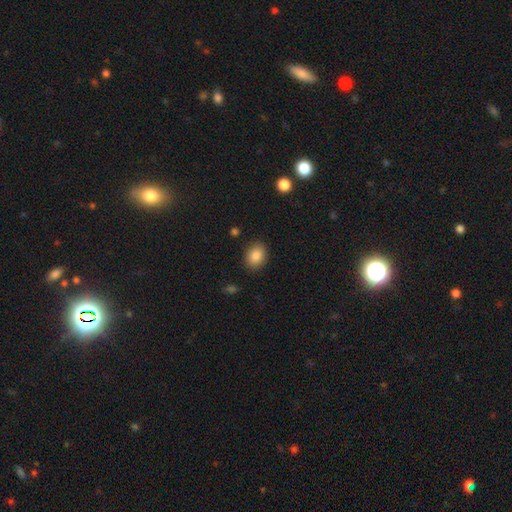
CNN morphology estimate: smooth 86%, star or artifact 8%, featured or disk 6%. Down the decision tree: how rounded — in between (61%); merging — none (87%).